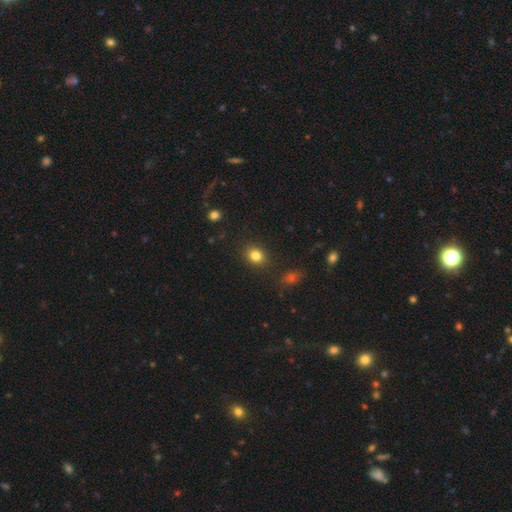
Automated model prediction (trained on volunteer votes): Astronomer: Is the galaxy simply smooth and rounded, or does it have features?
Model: smooth — 83%.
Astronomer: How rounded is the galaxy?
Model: round — 64%.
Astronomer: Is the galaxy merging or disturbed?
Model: none — 88%.